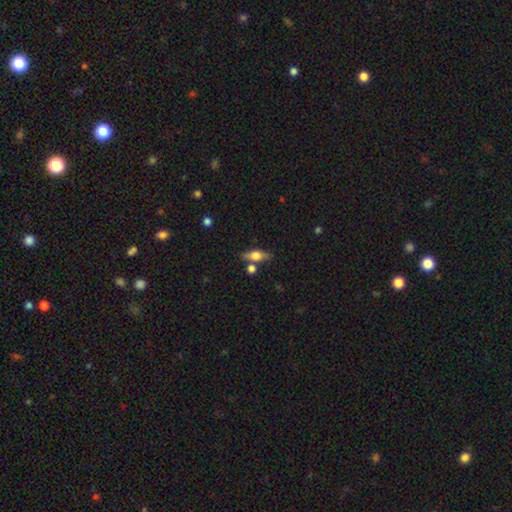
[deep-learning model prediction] A smooth galaxy with no disk features (51%) that is in between round and cigar-shaped (63%).

Vote fractions:
- Smooth or featured? smooth: 51% / featured or disk: 41% / star or artifact: 8%
- How rounded? in between: 63% / cigar-shaped: 30% / round: 7%
- Merging? none: 71% / minor disturbance: 13% / merger: 12% / major disturbance: 4%